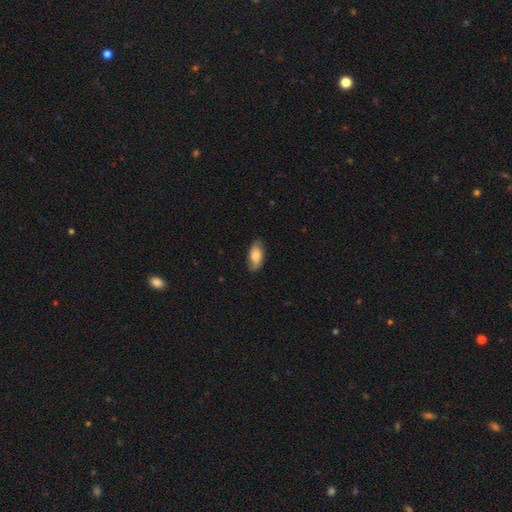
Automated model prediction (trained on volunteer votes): Smooth or featured? smooth (73%)
How rounded? in between (90%)
Merging? none (79%)